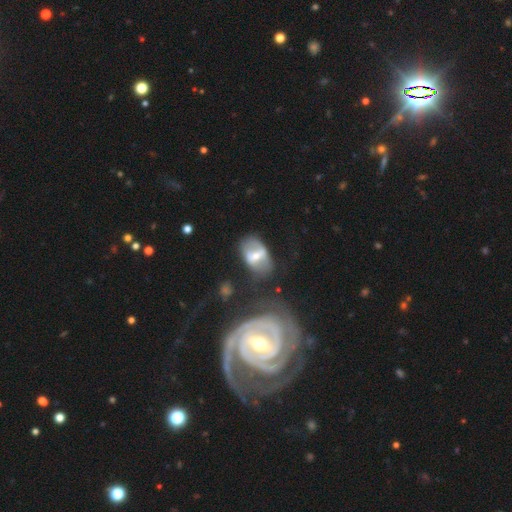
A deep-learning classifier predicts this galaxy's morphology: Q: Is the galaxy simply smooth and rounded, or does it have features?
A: featured or disk — 60%.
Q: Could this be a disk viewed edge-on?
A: no — 92%.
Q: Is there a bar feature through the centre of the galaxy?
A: strong — 49%.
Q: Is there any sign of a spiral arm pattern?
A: no — 59%.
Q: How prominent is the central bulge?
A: moderate — 56%.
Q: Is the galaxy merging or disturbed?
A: none — 58%.